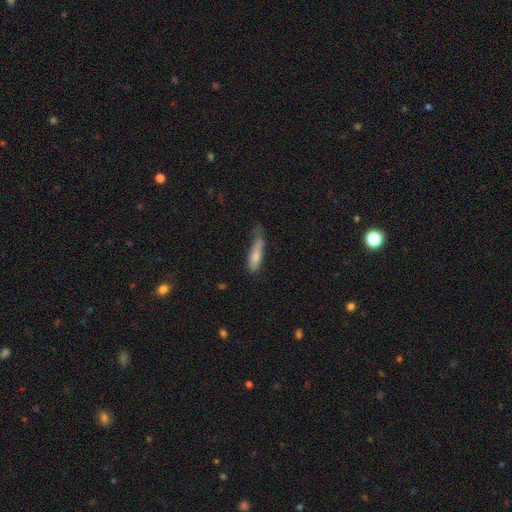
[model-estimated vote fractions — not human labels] smooth-or-featured: smooth: 72% | featured or disk: 21% | star or artifact: 7%
  how-rounded: cigar-shaped: 70% | in between: 28% | round: 2%
  merging: minor disturbance: 36% | none: 33% | major disturbance: 24% | merger: 7%